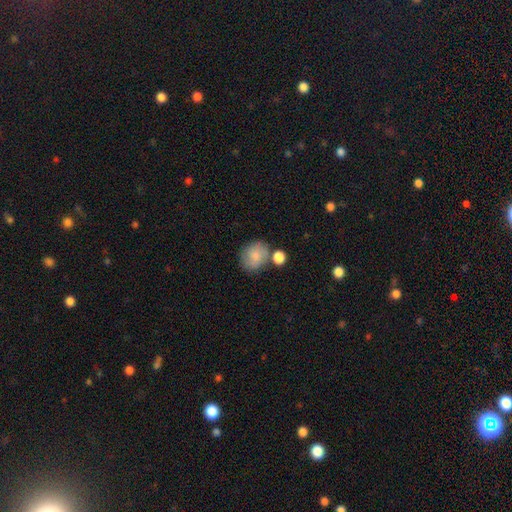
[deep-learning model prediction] A smooth galaxy with no disk features (77%) that is round (64%).

Vote fractions:
- Smooth or featured? smooth: 77% / featured or disk: 15% / star or artifact: 8%
- How rounded? round: 64% / in between: 35% / cigar-shaped: 1%
- Merging? none: 58% / merger: 19% / minor disturbance: 18% / major disturbance: 6%